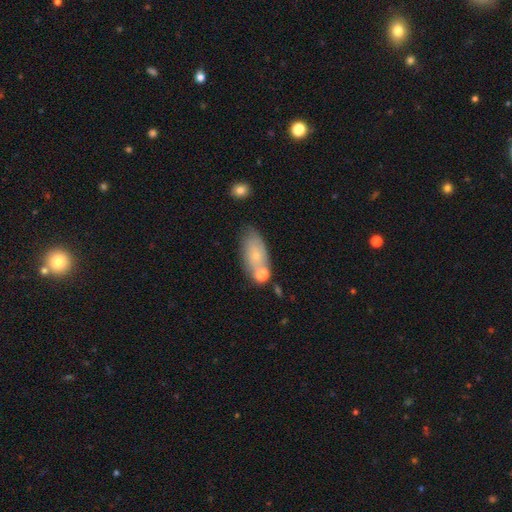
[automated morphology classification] smooth-or-featured: smooth: 64% | featured or disk: 27% | star or artifact: 9%
  how-rounded: in between: 86% | cigar-shaped: 7% | round: 6%
  merging: none: 57% | minor disturbance: 20% | merger: 17% | major disturbance: 6%